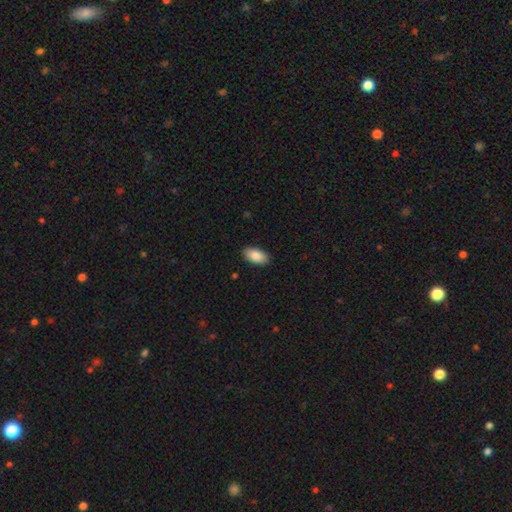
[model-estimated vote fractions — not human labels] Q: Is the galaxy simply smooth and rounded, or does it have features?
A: smooth — 87%.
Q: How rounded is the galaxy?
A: in between — 94%.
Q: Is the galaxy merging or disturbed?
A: none — 89%.